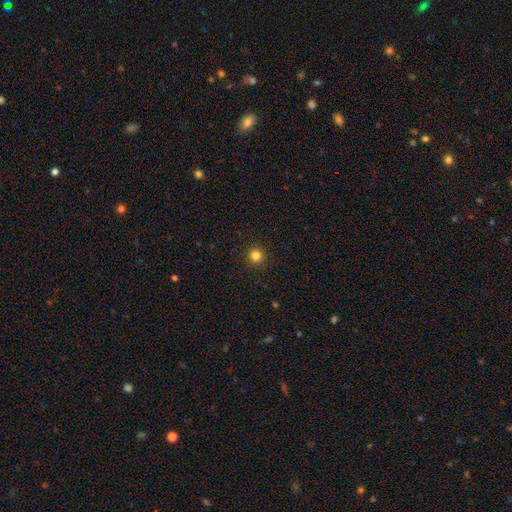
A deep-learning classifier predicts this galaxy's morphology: A smooth galaxy with no disk features (83%) that is round (96%). Merging: none (93%).